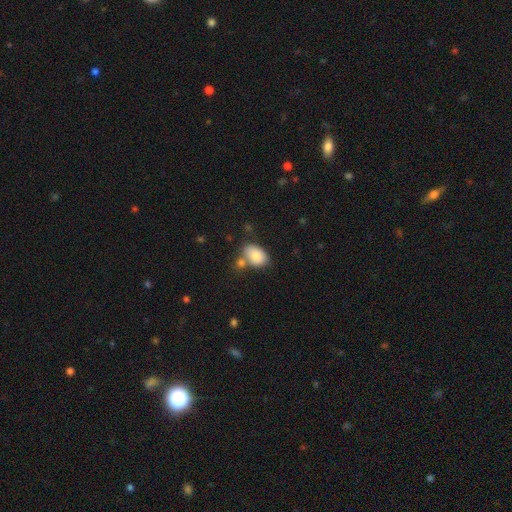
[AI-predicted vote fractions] This appears to be a smooth galaxy with no disk features (81%) that is in between round and cigar-shaped (87%). Merging: none (56%).